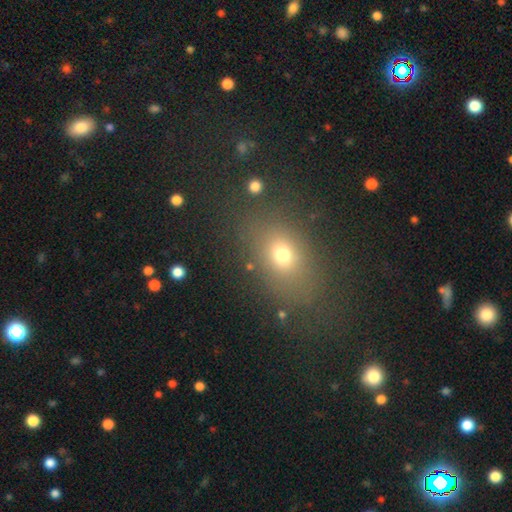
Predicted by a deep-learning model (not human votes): A smooth galaxy with no disk features (66%) that is in between round and cigar-shaped (64%). Merging: none (80%).